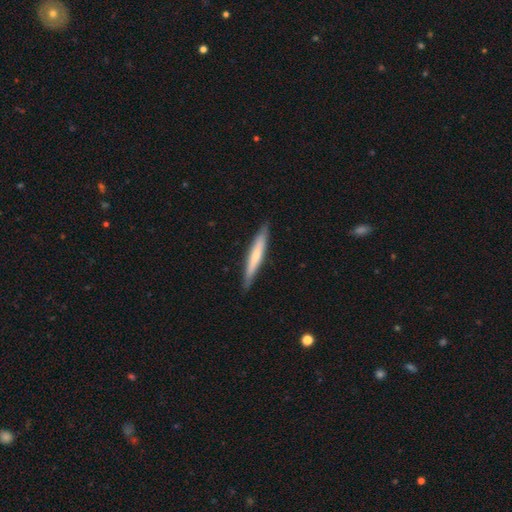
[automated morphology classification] Overall: smooth (58%; featured or disk 37%). How rounded: cigar-shaped (94%). Merging: none (88%).